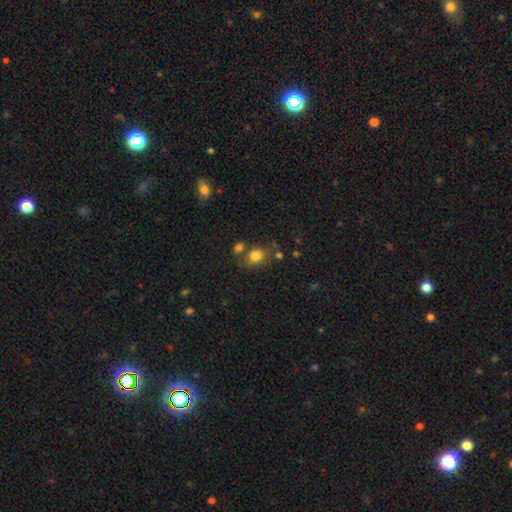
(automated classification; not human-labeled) smooth_or_featured: smooth (p=0.79) [alt: star or artifact p=0.12]
how_rounded: in between (p=0.53) [alt: round p=0.46]
merging: none (p=0.61) [alt: merger p=0.17]